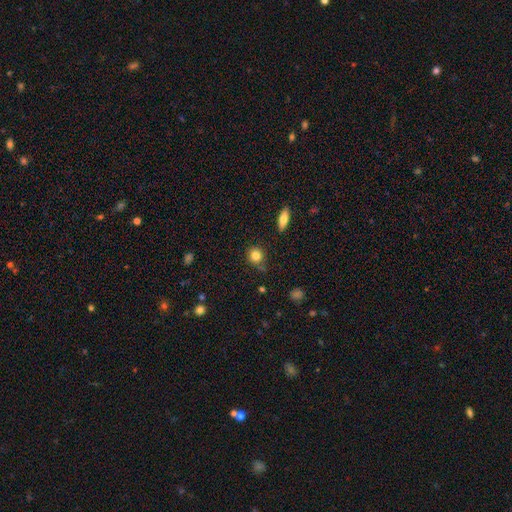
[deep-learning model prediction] smooth 82%, star or artifact 11%, featured or disk 8%. Down the decision tree: how rounded — round (87%); merging — none (76%).